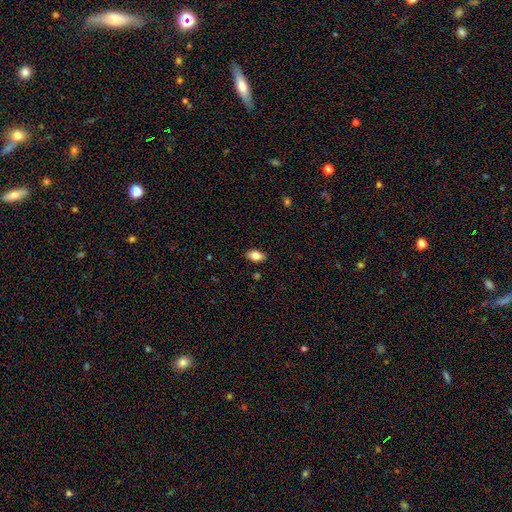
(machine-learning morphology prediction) Smooth or featured?
  - smooth: 80% *
  - featured or disk: 12%
  - star or artifact: 8%
How rounded?
  - in between: 89% *
  - round: 6%
  - cigar-shaped: 5%
Merging?
  - none: 87% *
  - minor disturbance: 10%
  - major disturbance: 2%
  - merger: 1%